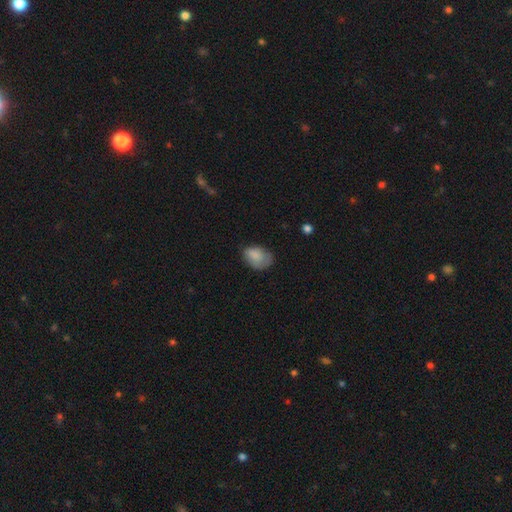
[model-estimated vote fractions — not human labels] Smooth or featured: smooth — 82% (featured or disk — 10%)
How rounded: in between — 82% (round — 17%)
Merging: none — 54% (minor disturbance — 33%)